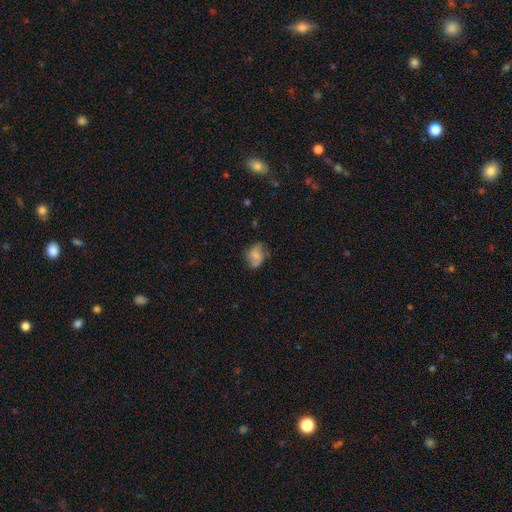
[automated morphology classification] A smooth galaxy with no disk features (53%) that is in between round and cigar-shaped (64%).

Vote fractions:
- Smooth or featured? smooth: 53% / featured or disk: 38% / star or artifact: 10%
- How rounded? in between: 64% / round: 34% / cigar-shaped: 2%
- Merging? none: 56% / minor disturbance: 28% / major disturbance: 13% / merger: 3%